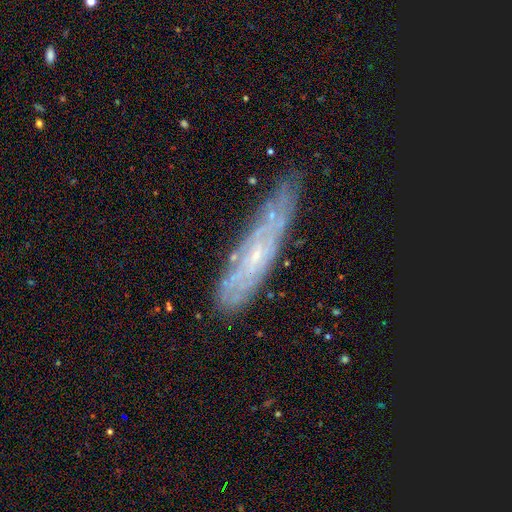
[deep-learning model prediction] A featured or disk galaxy (67%).

Vote fractions:
- Smooth or featured? featured or disk: 67% / smooth: 22% / star or artifact: 11%
- Edge-on disk? no: 53% / yes: 47%
- Merging? none: 76% / minor disturbance: 18% / major disturbance: 4% / merger: 2%